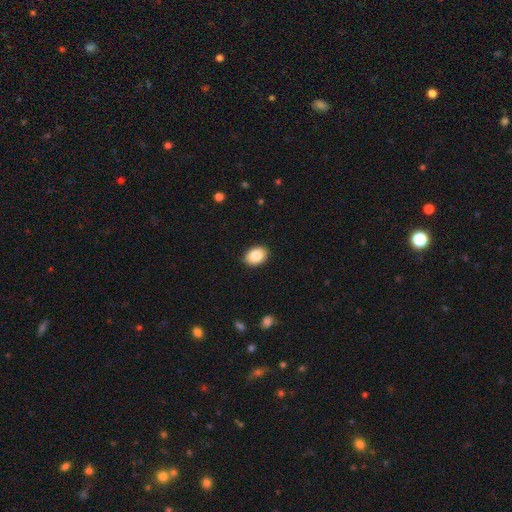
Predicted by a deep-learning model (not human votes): This is clearly a smooth galaxy (86%). How rounded: likely in between (74%). Merging: clearly none (90%).